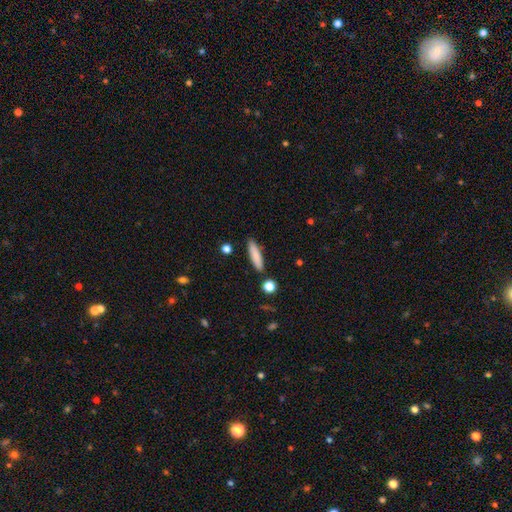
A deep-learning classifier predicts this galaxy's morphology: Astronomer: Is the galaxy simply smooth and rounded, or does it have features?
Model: smooth — 83%.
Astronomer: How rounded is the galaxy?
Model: cigar-shaped — 77%.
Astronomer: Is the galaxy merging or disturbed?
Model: none — 87%.